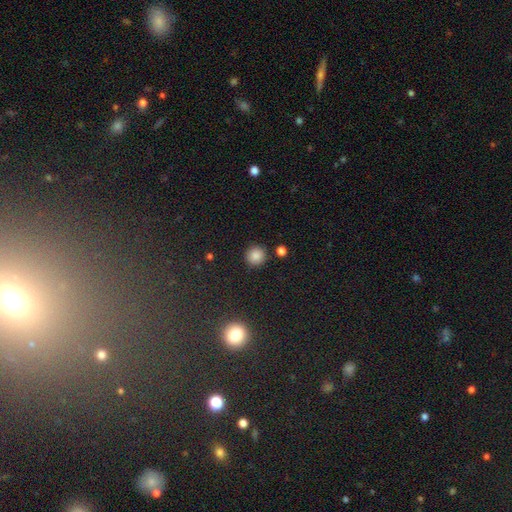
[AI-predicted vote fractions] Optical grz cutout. It shows a smooth galaxy with no disk features (85%) that is round (93%). Merging: none (89%).